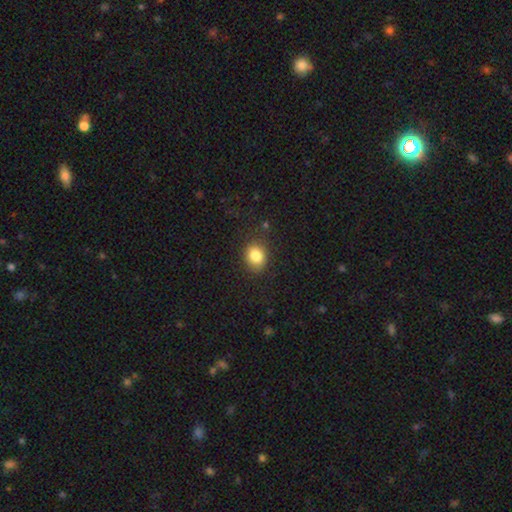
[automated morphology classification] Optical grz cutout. It shows a smooth galaxy with no disk features (84%) that is round (58%). Merging: none (83%).